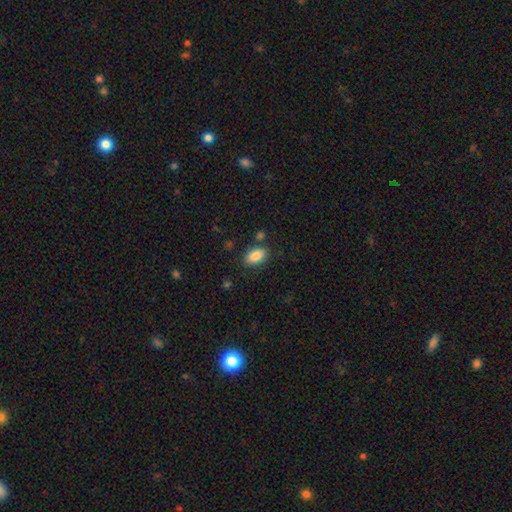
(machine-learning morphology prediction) Smooth or featured: smooth — 86% (star or artifact — 8%)
How rounded: in between — 91% (round — 6%)
Merging: none — 81% (minor disturbance — 11%)